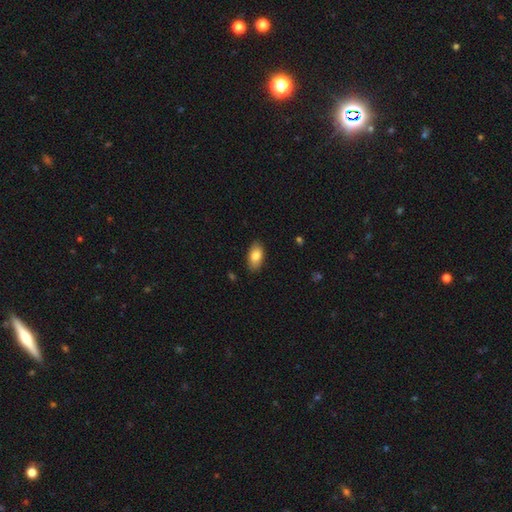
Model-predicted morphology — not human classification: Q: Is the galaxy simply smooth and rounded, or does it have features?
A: smooth — 84%.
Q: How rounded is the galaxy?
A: in between — 92%.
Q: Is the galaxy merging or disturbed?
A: none — 87%.